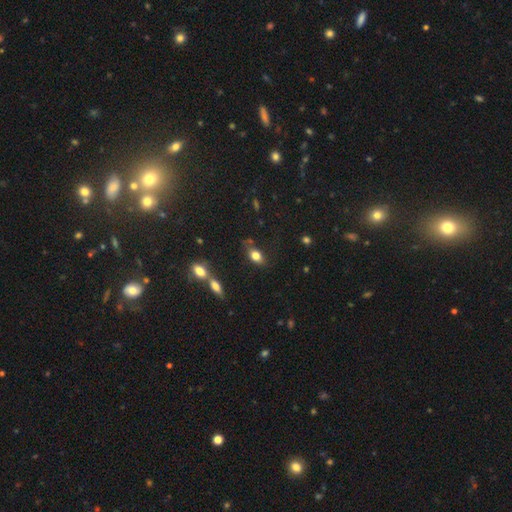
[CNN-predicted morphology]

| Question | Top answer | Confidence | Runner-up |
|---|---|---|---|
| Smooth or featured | smooth | 80% | featured or disk (10%) |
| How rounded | in between | 78% | round (18%) |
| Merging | none | 68% | minor disturbance (19%) |